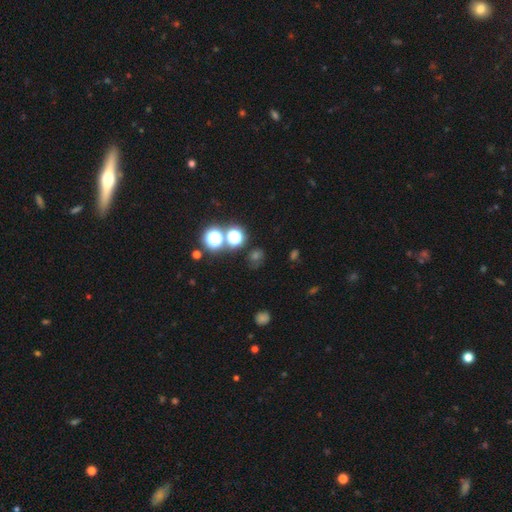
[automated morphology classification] Overall: star or artifact (53%; smooth 38%).